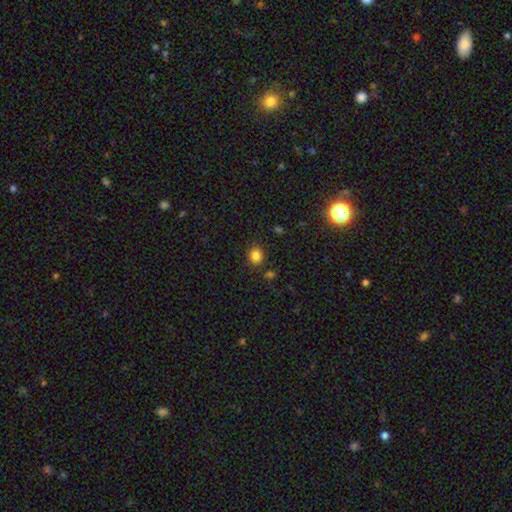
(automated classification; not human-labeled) This appears to be a smooth galaxy with no disk features (83%) that is round (61%). Merging: none (83%).